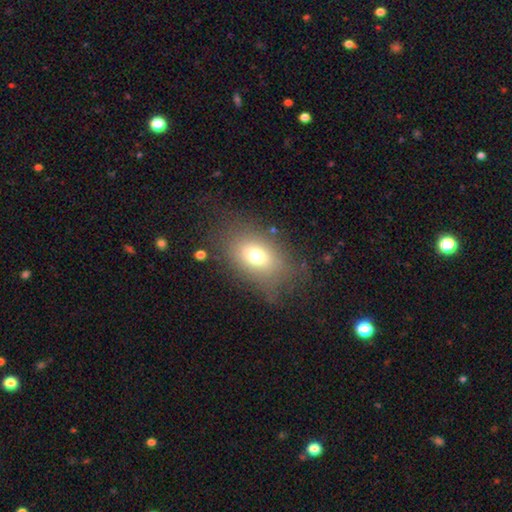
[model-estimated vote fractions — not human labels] A smooth galaxy with no disk features (70%) that is in between round and cigar-shaped (74%). Merging: none (67%).